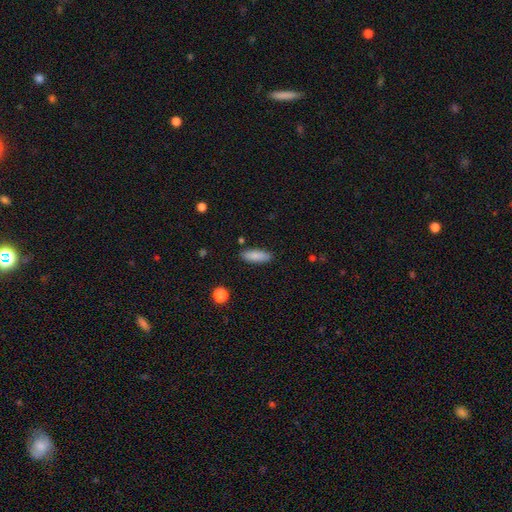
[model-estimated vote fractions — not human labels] smooth 85%, featured or disk 9%, star or artifact 7%. Down the decision tree: how rounded — in between (59%); merging — none (87%).